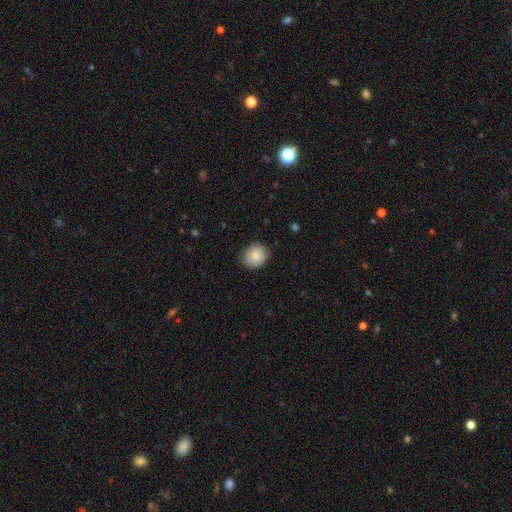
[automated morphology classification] Smooth or featured: smooth — 79% (featured or disk — 14%)
How rounded: round — 67% (in between — 33%)
Merging: none — 77% (minor disturbance — 19%)